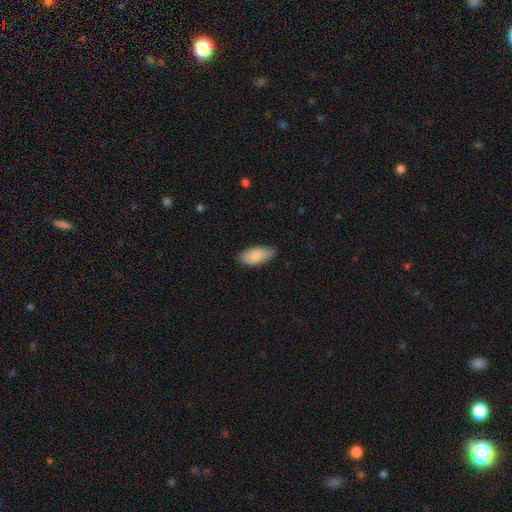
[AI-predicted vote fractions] Morphology: type=smooth (87%); roundness=in between (91%); merging=none (78%).